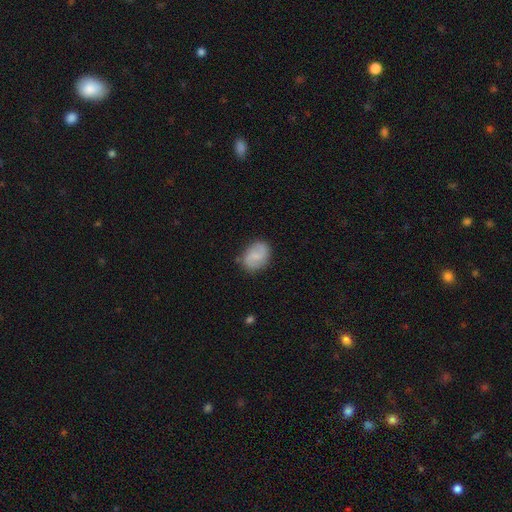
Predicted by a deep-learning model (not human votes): Morphology: type=smooth (54%); roundness=in between (64%); merging=none (77%).